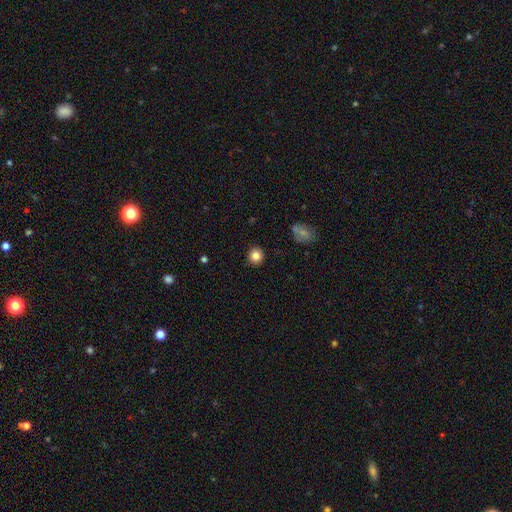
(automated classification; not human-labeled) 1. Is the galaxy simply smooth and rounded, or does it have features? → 83% smooth, 11% star or artifact, 6% featured or disk.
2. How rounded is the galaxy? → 91% round, 8% in between, 1% cigar-shaped.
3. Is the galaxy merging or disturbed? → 91% none, 6% minor disturbance, 2% major disturbance, 1% merger.